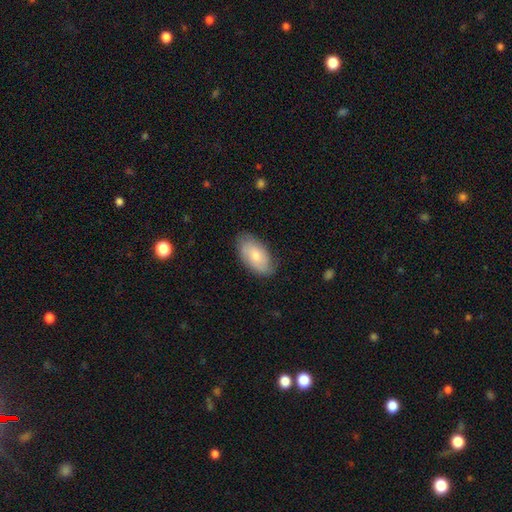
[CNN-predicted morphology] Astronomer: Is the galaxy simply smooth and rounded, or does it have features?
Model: smooth — 70%.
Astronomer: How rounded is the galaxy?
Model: in between — 94%.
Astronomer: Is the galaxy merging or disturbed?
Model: none — 78%.